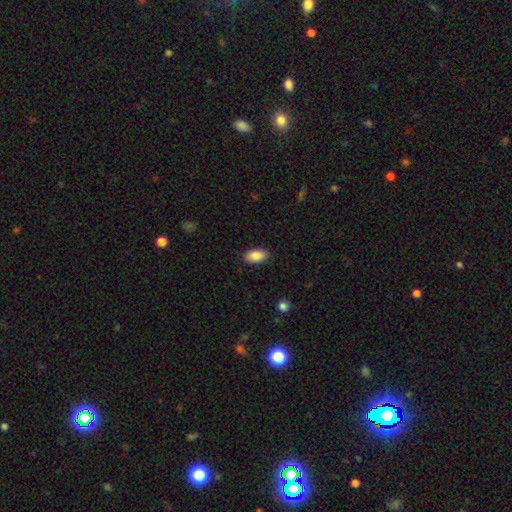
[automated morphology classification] smooth 87%, star or artifact 7%, featured or disk 6%. Down the decision tree: how rounded — in between (93%); merging — none (89%).